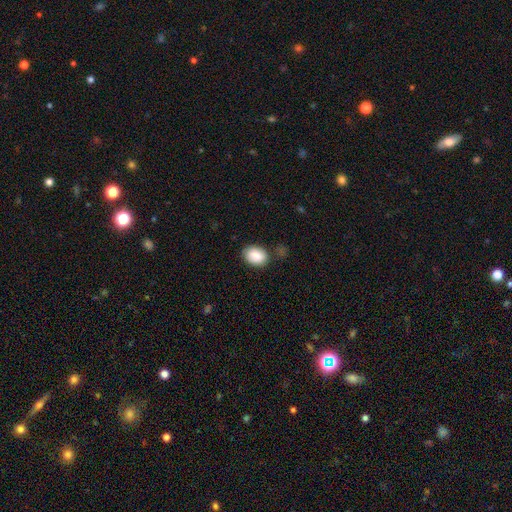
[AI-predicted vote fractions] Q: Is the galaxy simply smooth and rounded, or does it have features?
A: smooth — 87%.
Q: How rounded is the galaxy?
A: in between — 76%.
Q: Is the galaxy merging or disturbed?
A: none — 76%.